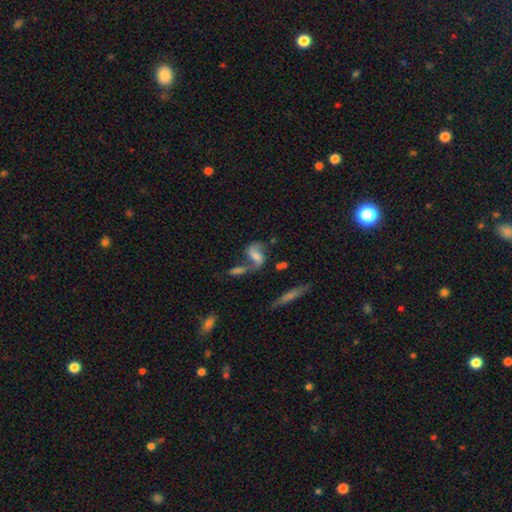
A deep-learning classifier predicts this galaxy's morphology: Smooth or featured? featured or disk (51%)
Edge-on disk? no (91%)
Merging? merger (38%)